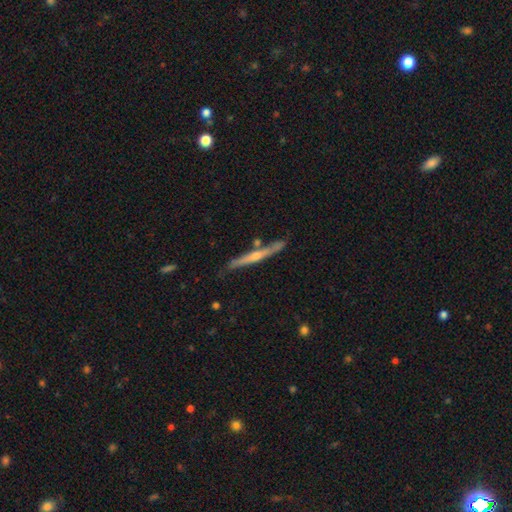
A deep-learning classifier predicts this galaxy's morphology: A featured or disk galaxy (68%) viewed edge-on (96%) with a rounded central bulge (72%). Merging: none (78%).